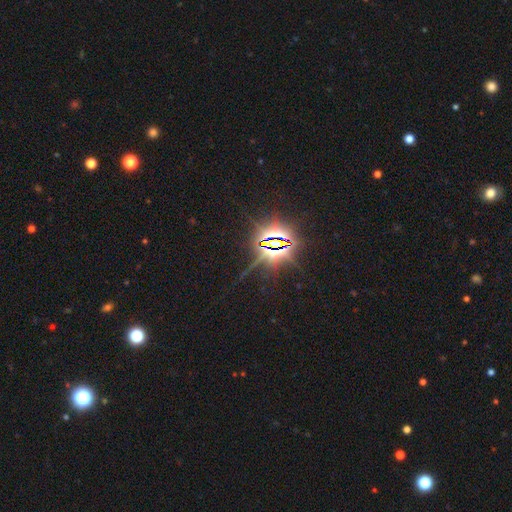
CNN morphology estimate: Smooth or featured: star or artifact — 86% (smooth — 8%)